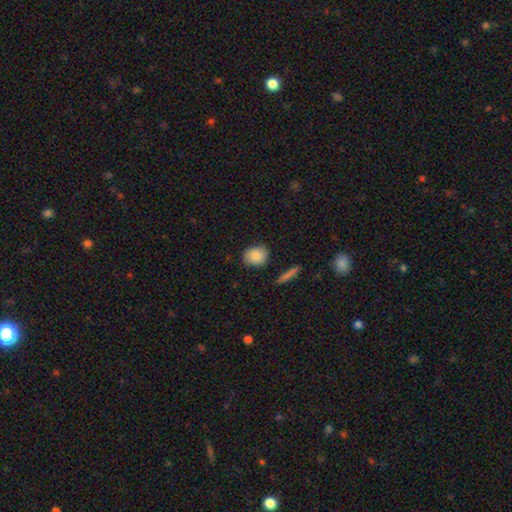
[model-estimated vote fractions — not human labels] Morphology: type=smooth (85%); roundness=round (63%); merging=none (82%).